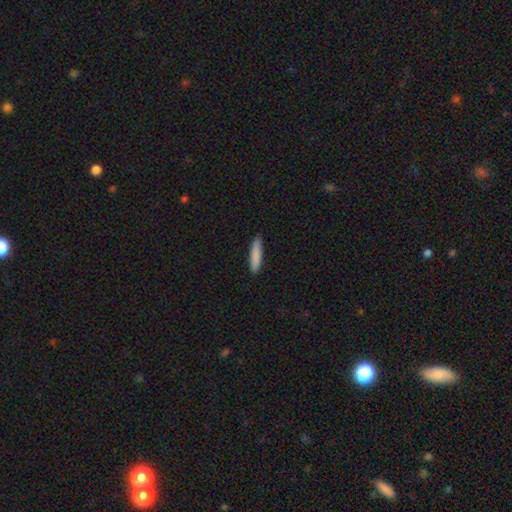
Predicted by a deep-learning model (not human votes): Smooth or featured? smooth (86%)
How rounded? cigar-shaped (83%)
Merging? none (86%)